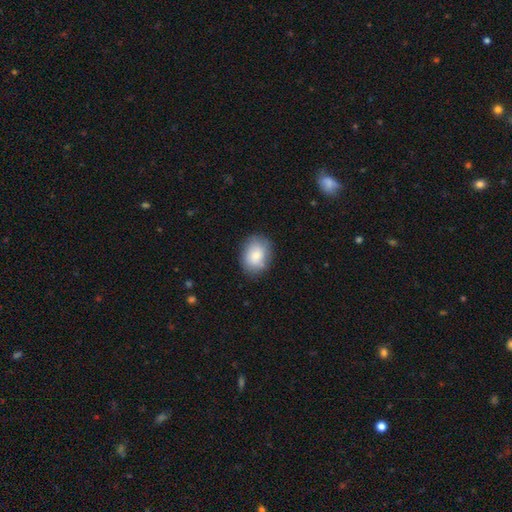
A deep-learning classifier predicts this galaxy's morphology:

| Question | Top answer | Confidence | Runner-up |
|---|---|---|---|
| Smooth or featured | smooth | 80% | featured or disk (13%) |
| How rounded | in between | 66% | round (33%) |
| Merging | none | 78% | minor disturbance (16%) |